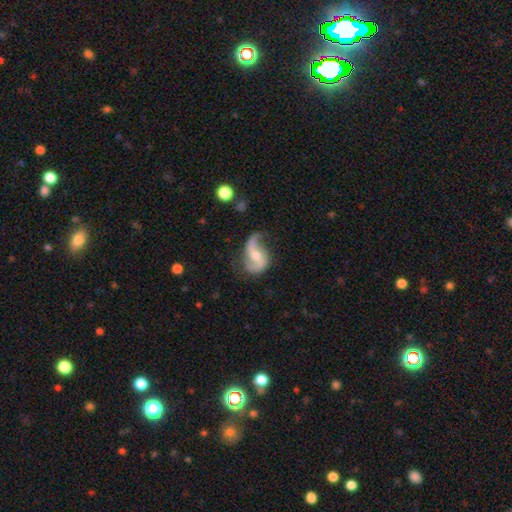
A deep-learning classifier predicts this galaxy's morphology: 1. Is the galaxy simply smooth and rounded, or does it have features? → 80% featured or disk, 14% smooth, 6% star or artifact.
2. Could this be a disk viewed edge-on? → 97% no, 3% yes.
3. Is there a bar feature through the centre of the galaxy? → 42% weak, 39% no, 19% strong.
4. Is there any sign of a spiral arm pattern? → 93% yes, 7% no.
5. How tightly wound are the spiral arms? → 71% loose, 23% medium, 6% tight.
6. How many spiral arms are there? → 84% 2, 9% 1, 4% can't tell, 1% 3, 1% 4, 1% more than 4.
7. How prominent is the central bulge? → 57% moderate, 36% small, 3% large, 3% none, 1% dominant.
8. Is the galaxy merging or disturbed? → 51% none, 28% minor disturbance, 18% major disturbance, 3% merger.